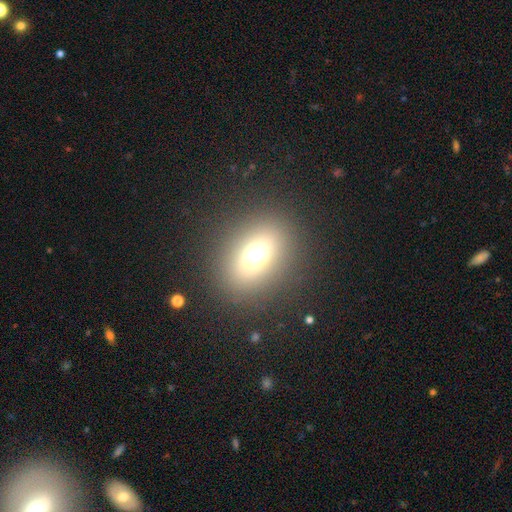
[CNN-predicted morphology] Smooth or featured?
  - smooth: 66% *
  - star or artifact: 21%
  - featured or disk: 14%
How rounded?
  - in between: 50% *
  - round: 49%
  - cigar-shaped: 2%
Merging?
  - none: 86% *
  - minor disturbance: 7%
  - major disturbance: 5%
  - merger: 2%